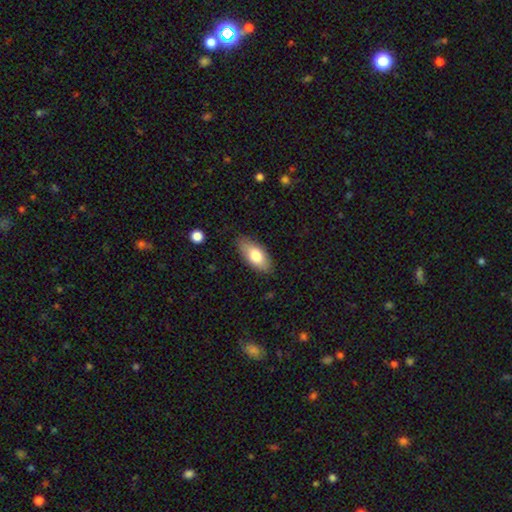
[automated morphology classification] Overall: smooth (76%). How rounded: in between (87%). Merging: none (83%).